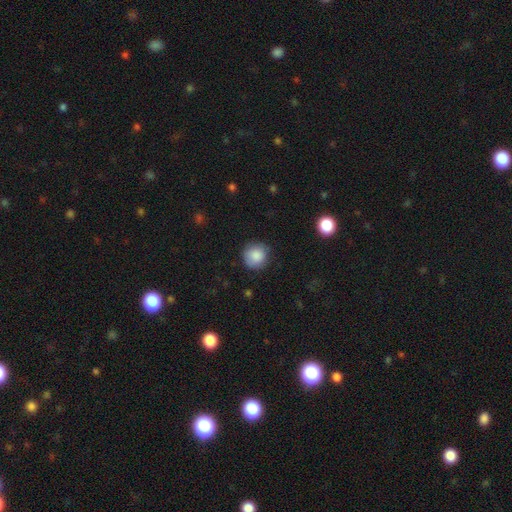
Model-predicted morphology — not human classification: A smooth galaxy with no disk features (86%) that is round (91%). Merging: none (81%).